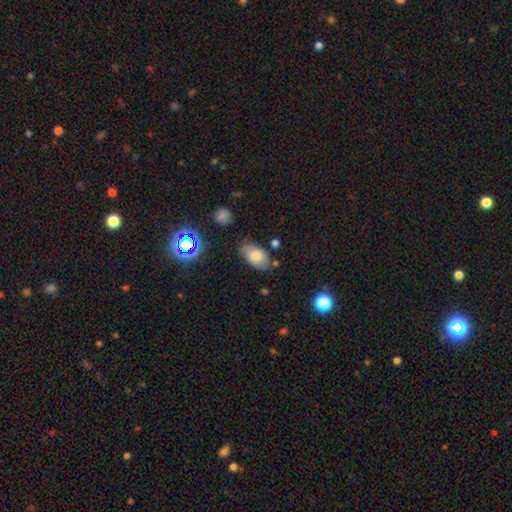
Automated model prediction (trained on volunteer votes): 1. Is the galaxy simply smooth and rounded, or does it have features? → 75% smooth, 15% featured or disk, 10% star or artifact.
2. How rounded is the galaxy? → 92% in between, 7% round, 2% cigar-shaped.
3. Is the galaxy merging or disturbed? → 71% none, 20% minor disturbance, 5% merger, 4% major disturbance.